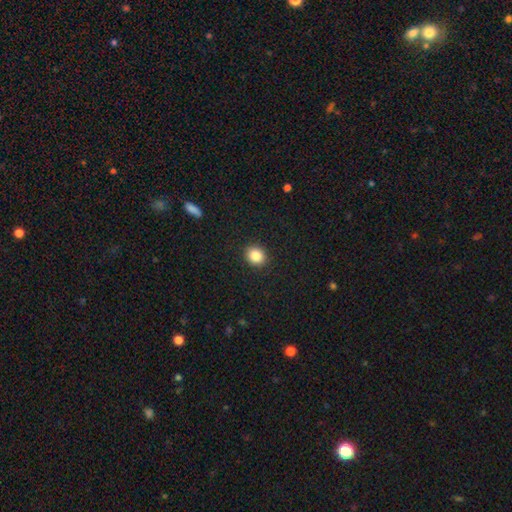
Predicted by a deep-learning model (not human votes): smooth-or-featured: smooth: 86% | star or artifact: 9% | featured or disk: 4%
  how-rounded: round: 68% | in between: 31% | cigar-shaped: 1%
  merging: none: 91% | minor disturbance: 6% | major disturbance: 2% | merger: 1%